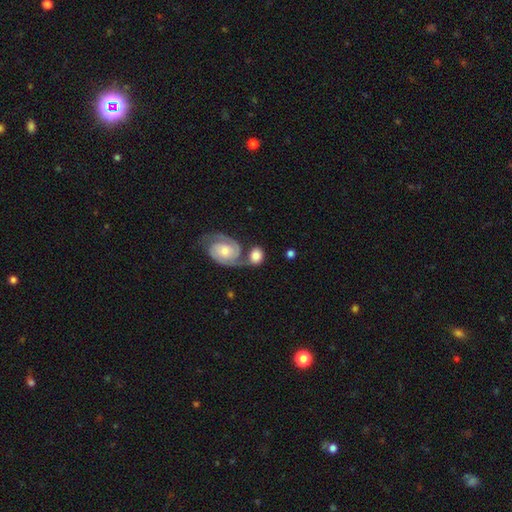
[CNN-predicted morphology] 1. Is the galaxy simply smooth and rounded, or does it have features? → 49% smooth, 43% featured or disk, 7% star or artifact.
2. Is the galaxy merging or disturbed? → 42% none, 41% merger, 12% minor disturbance, 6% major disturbance.